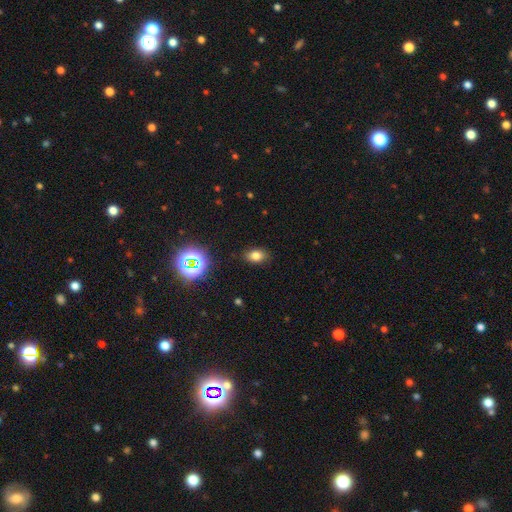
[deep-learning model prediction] Smooth or featured? Predicted: smooth (p=0.75). How rounded? Predicted: in between (p=0.81). Merging? Predicted: none (p=0.86).